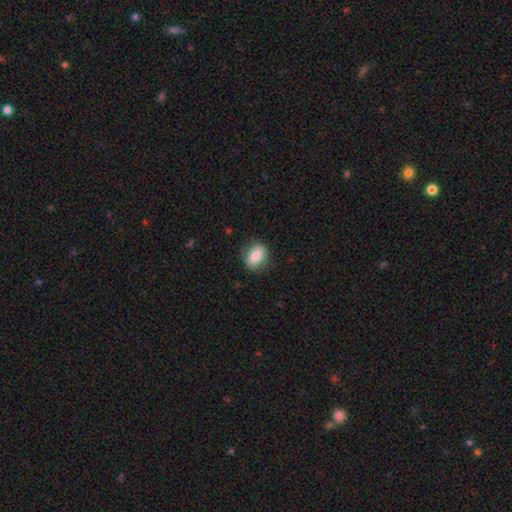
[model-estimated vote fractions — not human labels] Q: Smooth or featured?
A: smooth (79%); runner-up: featured or disk (13%)
Q: How rounded?
A: in between (67%); runner-up: round (31%)
Q: Merging?
A: none (81%); runner-up: minor disturbance (14%)